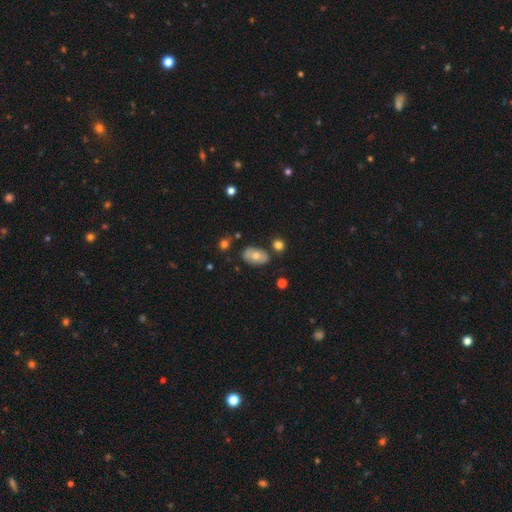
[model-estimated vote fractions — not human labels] Smooth or featured?
  - smooth: 62% *
  - featured or disk: 30%
  - star or artifact: 8%
How rounded?
  - in between: 88% *
  - round: 11%
  - cigar-shaped: 2%
Merging?
  - none: 72% *
  - minor disturbance: 18%
  - merger: 6%
  - major disturbance: 4%